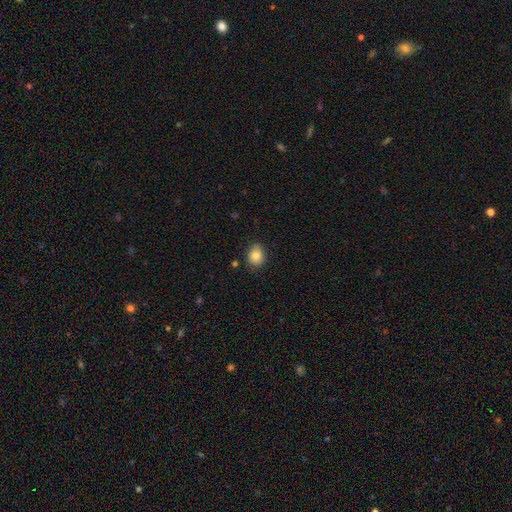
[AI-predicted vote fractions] A smooth galaxy with no disk features (81%) that is round (52%).

Vote fractions:
- Smooth or featured? smooth: 81% / star or artifact: 9% / featured or disk: 9%
- How rounded? round: 52% / in between: 47% / cigar-shaped: 1%
- Merging? none: 80% / minor disturbance: 16% / major disturbance: 3% / merger: 2%